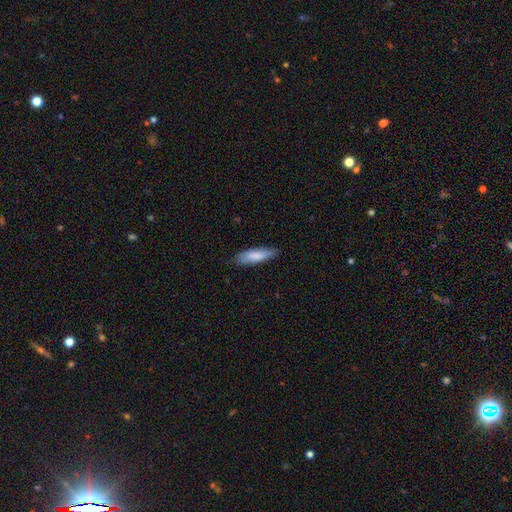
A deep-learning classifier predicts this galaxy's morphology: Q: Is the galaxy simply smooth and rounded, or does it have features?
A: smooth — 80%.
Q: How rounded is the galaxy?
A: cigar-shaped — 55%.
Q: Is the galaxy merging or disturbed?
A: none — 83%.